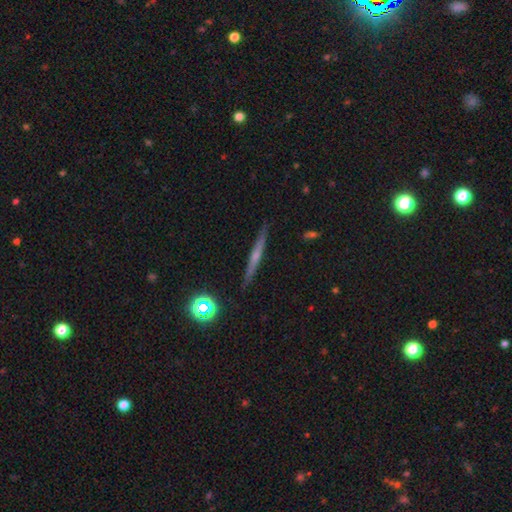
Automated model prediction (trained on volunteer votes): smooth_or_featured: featured or disk (p=0.60) [alt: smooth p=0.30]
disk_edge_on: yes (p=0.97) [alt: no p=0.03]
edge_on_bulge: rounded (p=0.54) [alt: none p=0.39]
merging: none (p=0.90) [alt: minor disturbance p=0.07]